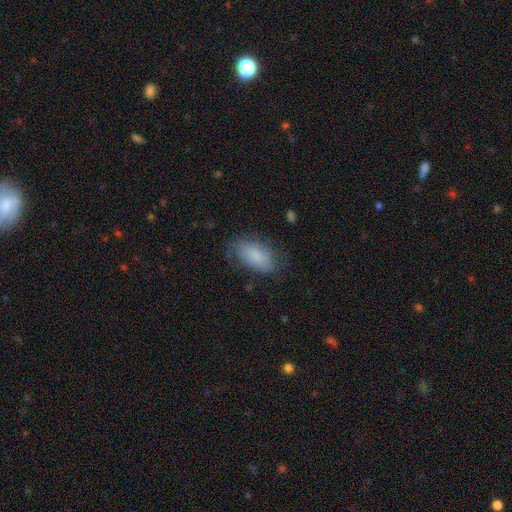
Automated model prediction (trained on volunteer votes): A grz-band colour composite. It shows a smooth galaxy with no disk features (76%) that is in between round and cigar-shaped (93%). Merging: none (65%).